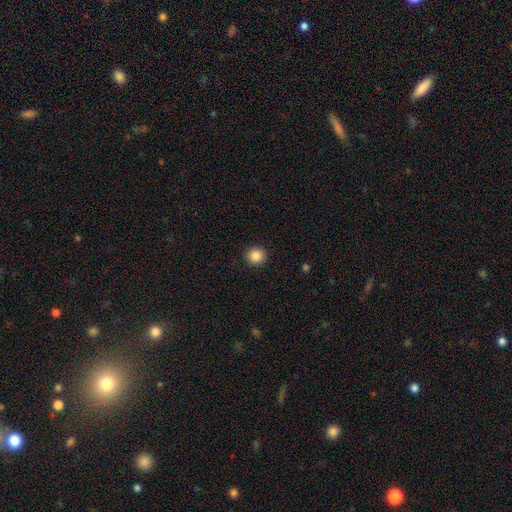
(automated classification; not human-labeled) Overall: smooth (86%). How rounded: round (89%). Merging: none (92%).